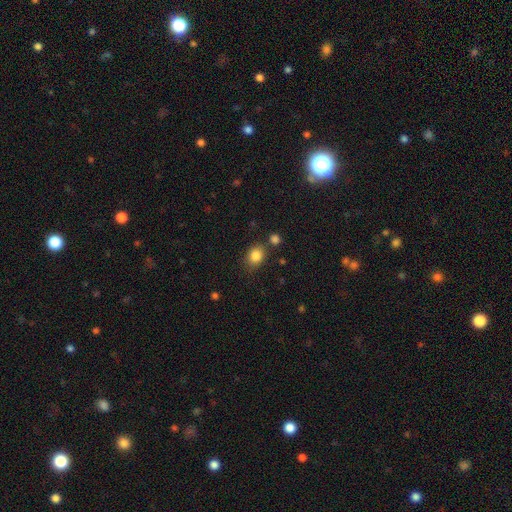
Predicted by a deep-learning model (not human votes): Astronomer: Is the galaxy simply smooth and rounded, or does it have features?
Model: smooth — 84%.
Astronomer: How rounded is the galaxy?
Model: in between — 53% (runner-up: round, 46%).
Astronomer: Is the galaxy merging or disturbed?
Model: none — 74%.